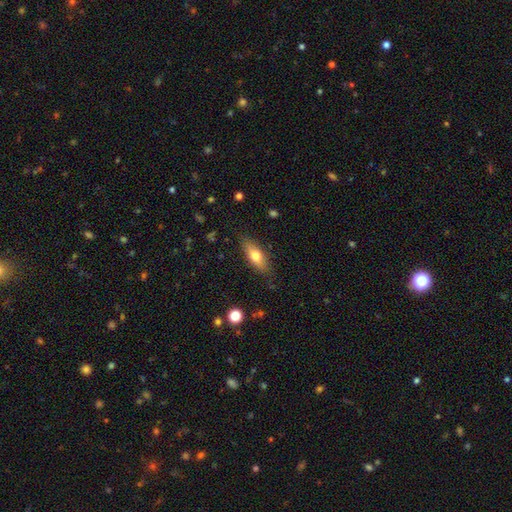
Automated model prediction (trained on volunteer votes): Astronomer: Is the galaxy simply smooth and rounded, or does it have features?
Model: smooth — 68%.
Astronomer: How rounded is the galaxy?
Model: in between — 65%.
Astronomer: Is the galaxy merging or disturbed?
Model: none — 82%.